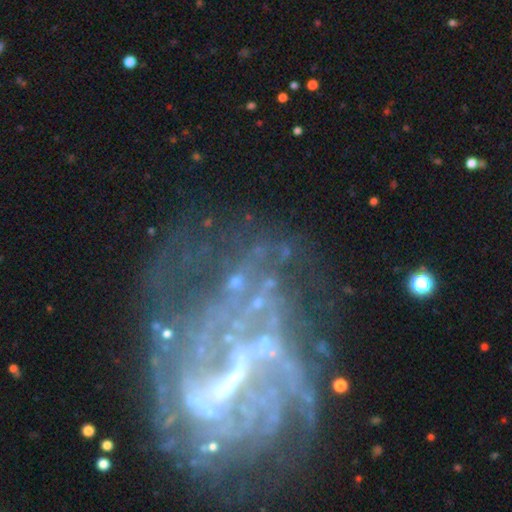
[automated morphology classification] Smooth or featured? Predicted: featured or disk (p=0.81). Edge-on disk? Predicted: no (p=0.97). Bar? Predicted: weak (p=0.39). Spiral arms? Predicted: yes (p=0.70). Spiral winding? Predicted: tight (p=0.37, tied with medium). Spiral arm count? Predicted: can't tell (p=0.44). Bulge size? Predicted: none (p=0.40). Merging? Predicted: none (p=0.44).